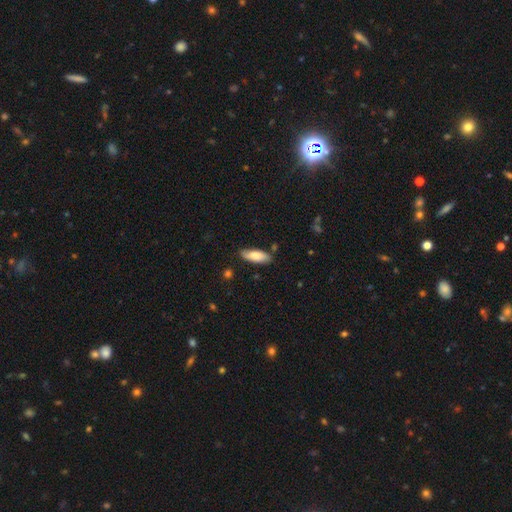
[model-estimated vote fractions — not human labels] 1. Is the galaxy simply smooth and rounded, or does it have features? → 80% smooth, 14% featured or disk, 6% star or artifact.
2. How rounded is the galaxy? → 67% in between, 31% cigar-shaped, 2% round.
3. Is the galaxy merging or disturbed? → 80% none, 15% minor disturbance, 3% major disturbance, 2% merger.